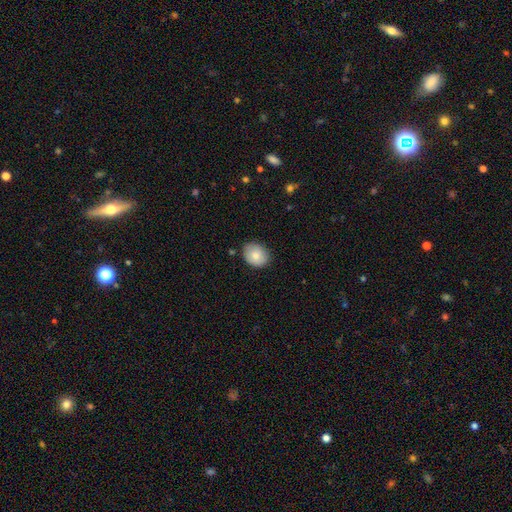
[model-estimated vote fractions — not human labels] This is clearly a smooth galaxy (81%). How rounded: possibly round (53%). Merging: clearly none (80%).